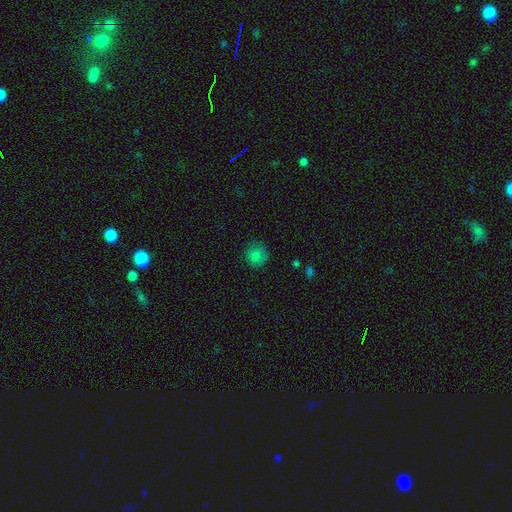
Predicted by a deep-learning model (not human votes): Smooth or featured?
  - smooth: 79% *
  - star or artifact: 12%
  - featured or disk: 9%
How rounded?
  - round: 90% *
  - in between: 9%
  - cigar-shaped: 1%
Merging?
  - none: 81% *
  - minor disturbance: 14%
  - major disturbance: 3%
  - merger: 1%